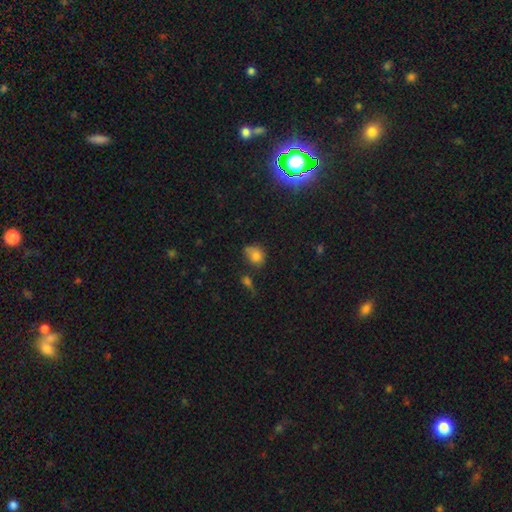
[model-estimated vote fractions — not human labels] A smooth galaxy with no disk features (78%) that is in between round and cigar-shaped (49%, tied with round). Merging: none (45%).